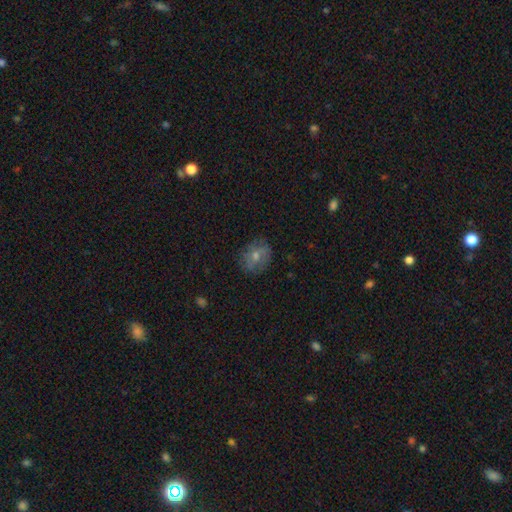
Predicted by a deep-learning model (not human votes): This is possibly a smooth galaxy (45%). Merging: clearly none (80%).